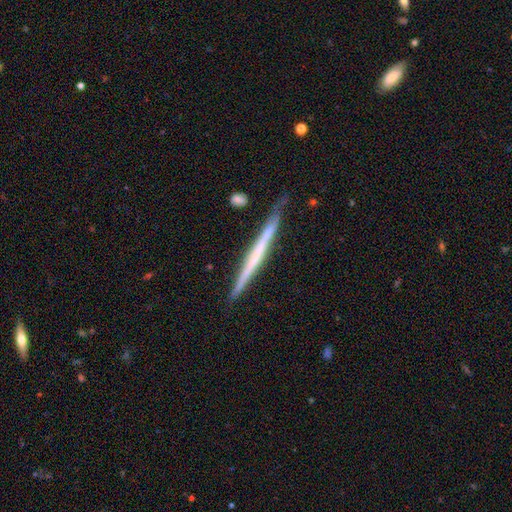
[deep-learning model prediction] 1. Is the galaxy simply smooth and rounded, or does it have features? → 62% featured or disk, 32% smooth, 6% star or artifact.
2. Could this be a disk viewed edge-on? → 97% yes, 3% no.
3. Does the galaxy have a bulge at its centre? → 81% none, 11% rounded, 7% boxy.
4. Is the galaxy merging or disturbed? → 83% none, 13% minor disturbance, 2% merger, 2% major disturbance.